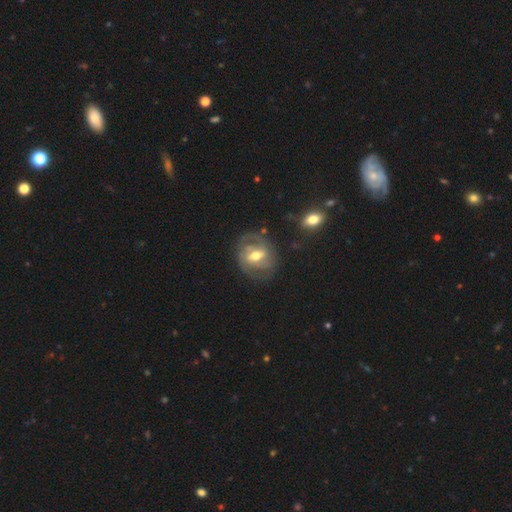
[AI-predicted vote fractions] Smooth or featured? featured or disk (77%)
Edge-on disk? no (96%)
Bar? weak (48%)
Spiral arms? yes (87%)
Spiral winding? tight (45%)
Spiral arm count? 2 (60%)
Bulge size? moderate (73%)
Merging? none (69%)